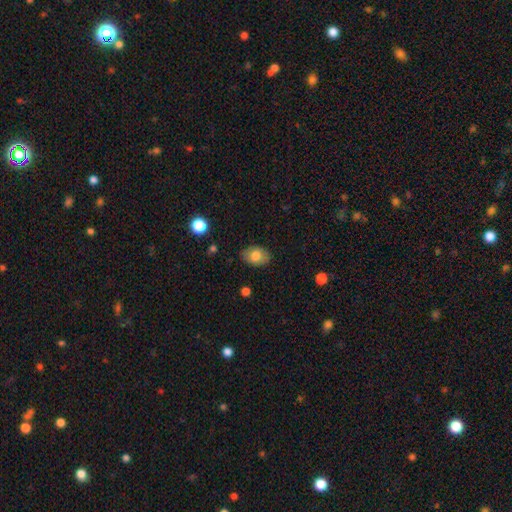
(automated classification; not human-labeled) Morphology: type=smooth (78%); roundness=in between (78%); merging=none (85%).